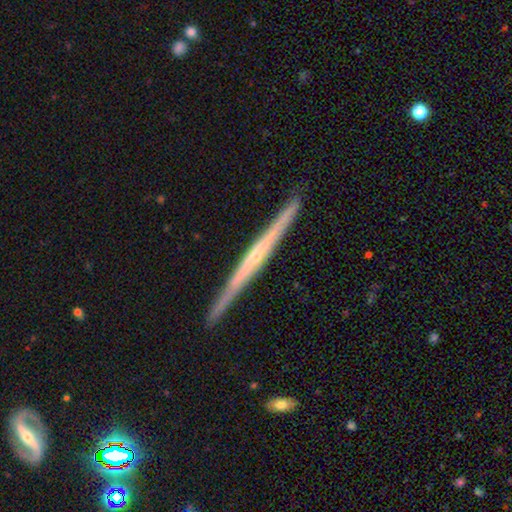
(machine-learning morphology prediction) This is likely a featured or disk galaxy (79%). It is clearly viewed edge-on (98%). Edge-on bulge: possibly none (51%). Merging: clearly none (91%).